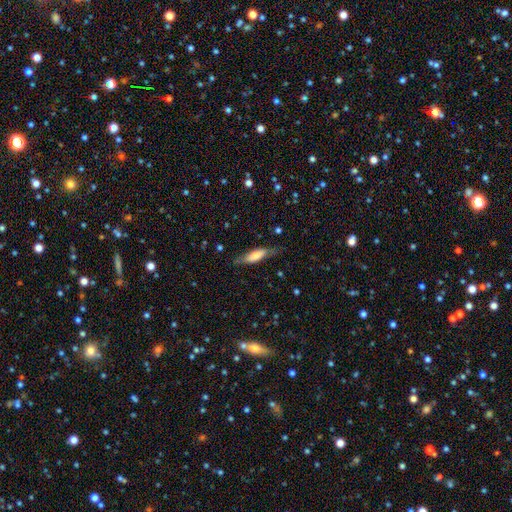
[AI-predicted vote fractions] Smooth or featured?
  - smooth: 64% *
  - featured or disk: 29%
  - star or artifact: 7%
How rounded?
  - cigar-shaped: 51% *
  - in between: 47%
  - round: 2%
Merging?
  - none: 68% *
  - minor disturbance: 23%
  - major disturbance: 8%
  - merger: 2%